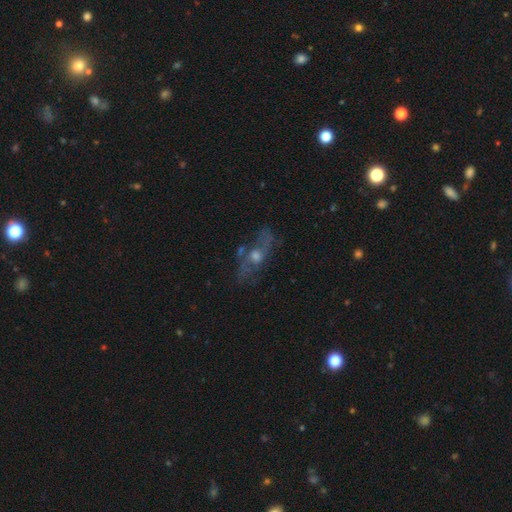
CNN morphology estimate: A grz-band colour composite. It shows a featured or disk galaxy (59%). Merging: none (65%).